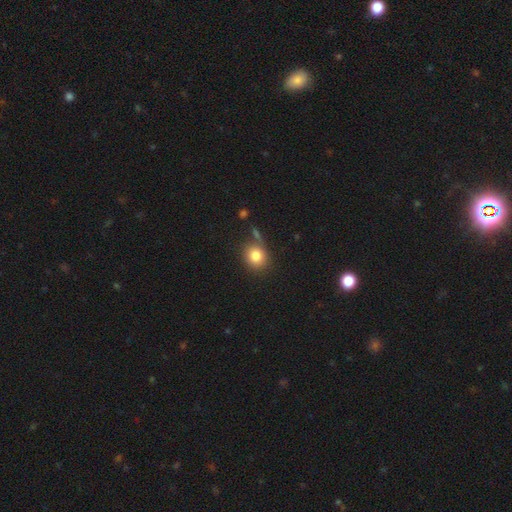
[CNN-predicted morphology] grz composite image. It shows a smooth galaxy with no disk features (82%) that is round (74%). Merging: none (71%).